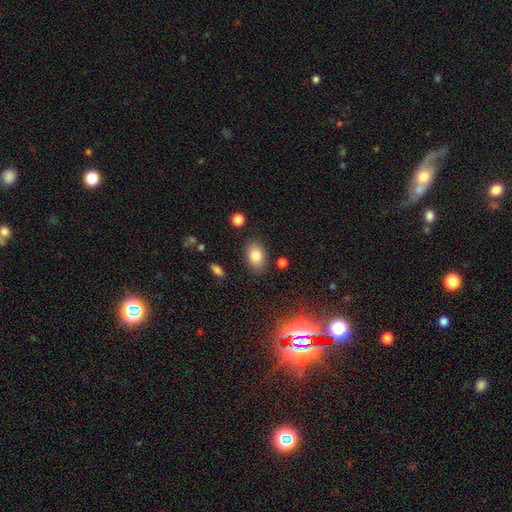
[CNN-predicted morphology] The model was most divided on "merging": none: 83%, minor disturbance: 11%, major disturbance: 3%, merger: 3%. More confident: how rounded — in between (86%); smooth or featured — smooth (82%).